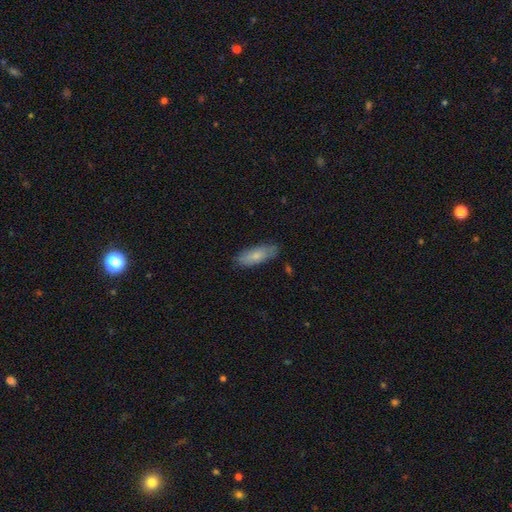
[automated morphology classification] The model was most divided on "how rounded": in between: 70%, cigar-shaped: 28%, round: 2%. More confident: merging — none (78%); smooth or featured — smooth (78%).